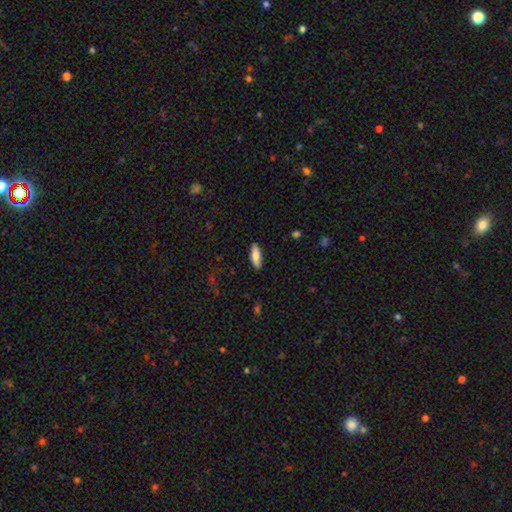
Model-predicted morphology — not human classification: Overall: smooth (79%). How rounded: in between (62%; cigar-shaped 36%). Merging: none (87%).